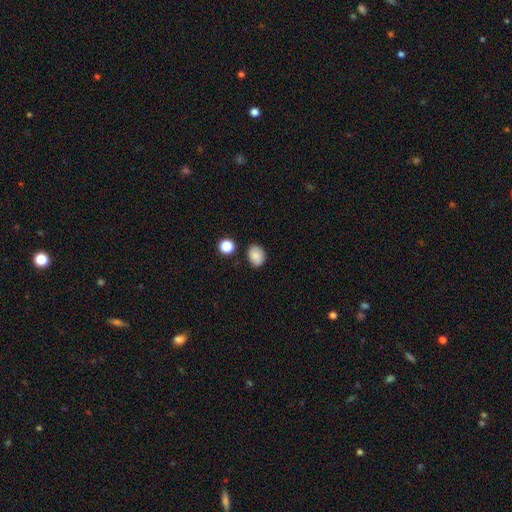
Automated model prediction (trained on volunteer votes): This appears to be a smooth galaxy with no disk features (83%) that is in between round and cigar-shaped (61%). Merging: none (78%).